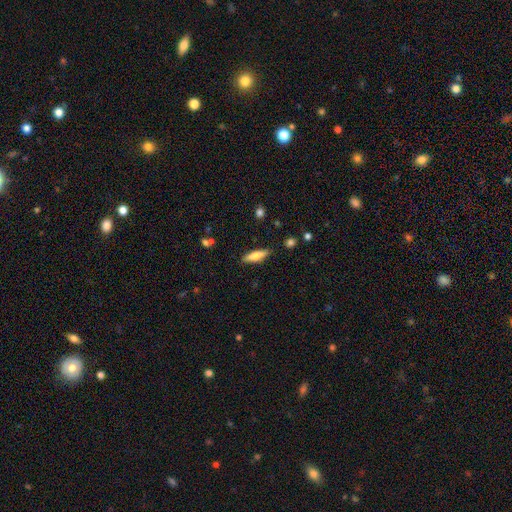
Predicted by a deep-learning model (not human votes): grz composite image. It shows a smooth galaxy with no disk features (63%) that is cigar-shaped (63%). Merging: none (88%).